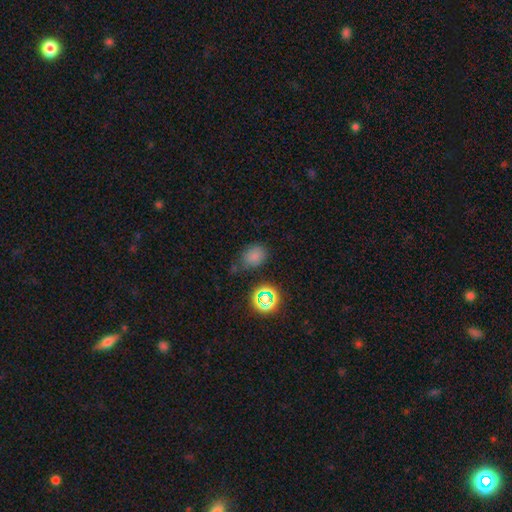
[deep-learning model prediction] The model was most divided on "how rounded": in between: 58%, round: 41%, cigar-shaped: 1%. More confident: smooth or featured — smooth (72%); merging — none (68%).